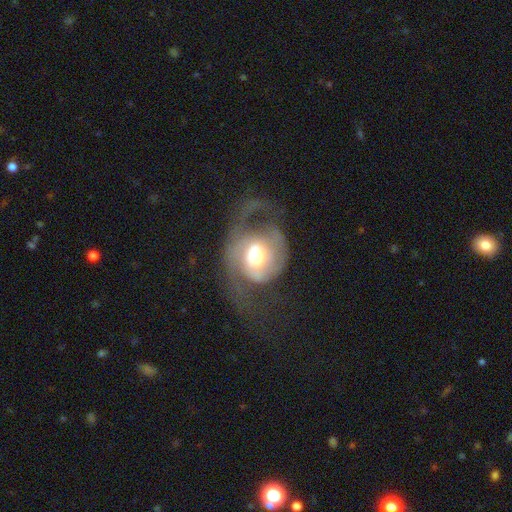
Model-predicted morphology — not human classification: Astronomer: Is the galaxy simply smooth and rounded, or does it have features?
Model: featured or disk — 75%.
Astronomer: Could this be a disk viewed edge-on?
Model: no — 97%.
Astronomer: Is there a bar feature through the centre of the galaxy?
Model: no — 60%.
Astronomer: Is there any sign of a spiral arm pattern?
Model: yes — 86%.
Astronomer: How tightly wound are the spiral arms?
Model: medium — 42% (runner-up: loose, 36%).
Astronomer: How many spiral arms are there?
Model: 2 — 68%.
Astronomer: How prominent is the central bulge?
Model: moderate — 48% (runner-up: large, 34%).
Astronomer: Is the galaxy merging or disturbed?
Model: major disturbance — 43% (runner-up: none, 38%).